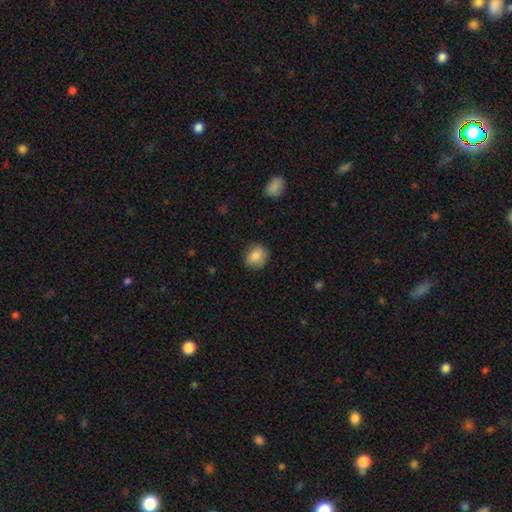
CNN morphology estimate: This appears to be a smooth galaxy with no disk features (83%) that is round (69%). Merging: none (81%).